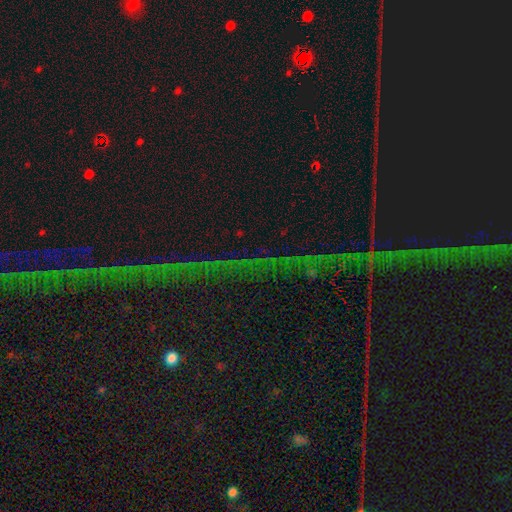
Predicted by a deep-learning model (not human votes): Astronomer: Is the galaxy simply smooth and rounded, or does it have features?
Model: star or artifact — 77%.